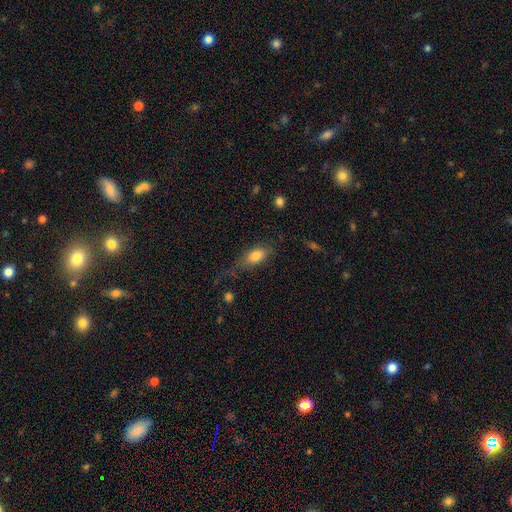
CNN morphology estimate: A smooth galaxy with no disk features (78%) that is in between round and cigar-shaped (83%). Merging: none (44%).